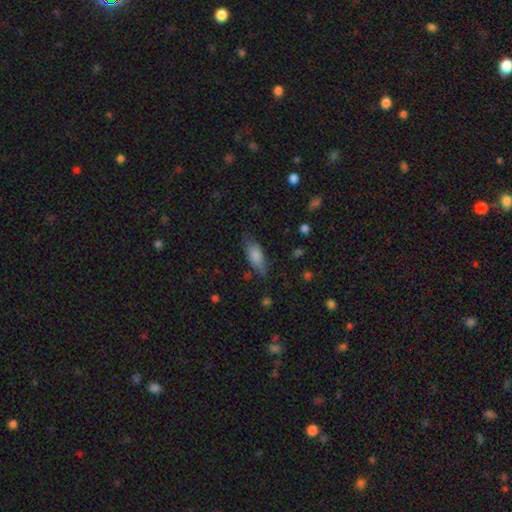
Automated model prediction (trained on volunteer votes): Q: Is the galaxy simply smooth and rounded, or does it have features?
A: smooth — 80%.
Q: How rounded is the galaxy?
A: in between — 77%.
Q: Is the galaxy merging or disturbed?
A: none — 67%.